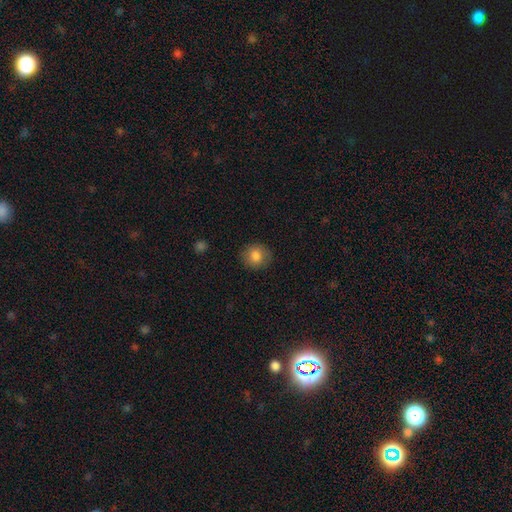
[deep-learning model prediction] Smooth or featured? smooth (83%)
How rounded? round (84%)
Merging? none (87%)